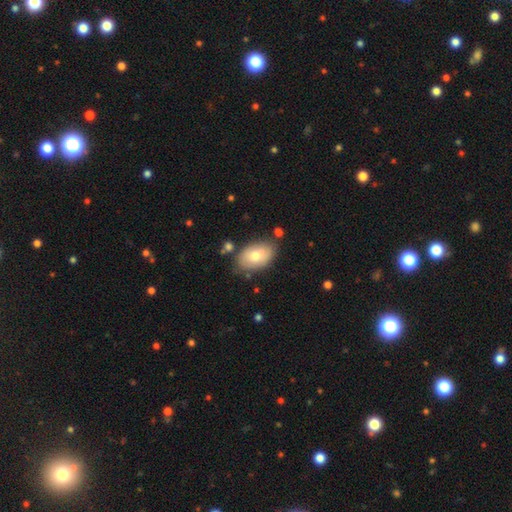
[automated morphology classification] A smooth galaxy with no disk features (68%) that is in between round and cigar-shaped (90%).

Vote fractions:
- Smooth or featured? smooth: 68% / featured or disk: 26% / star or artifact: 6%
- How rounded? in between: 90% / round: 9% / cigar-shaped: 1%
- Merging? none: 71% / minor disturbance: 19% / merger: 6% / major disturbance: 4%